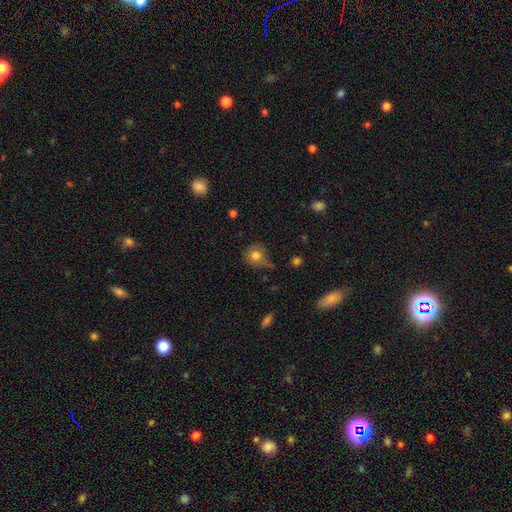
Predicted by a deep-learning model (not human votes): Smooth or featured?
  - smooth: 79% *
  - star or artifact: 11%
  - featured or disk: 10%
How rounded?
  - round: 86% *
  - in between: 13%
  - cigar-shaped: 1%
Merging?
  - none: 60% *
  - minor disturbance: 28%
  - major disturbance: 8%
  - merger: 4%